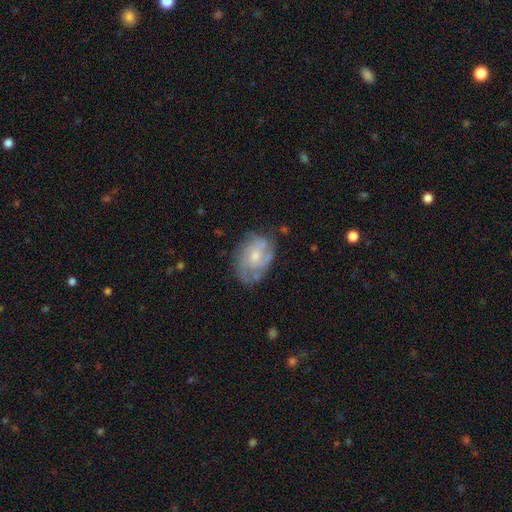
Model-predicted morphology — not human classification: featured or disk 72%, smooth 22%, star or artifact 6%. Down the decision tree: edge-on disk — no (97%); bar — no (70%); spiral arms — yes (84%); spiral arm count — can't tell (35%); spiral winding — tight (47%); bulge size — moderate (49%); merging — none (64%).